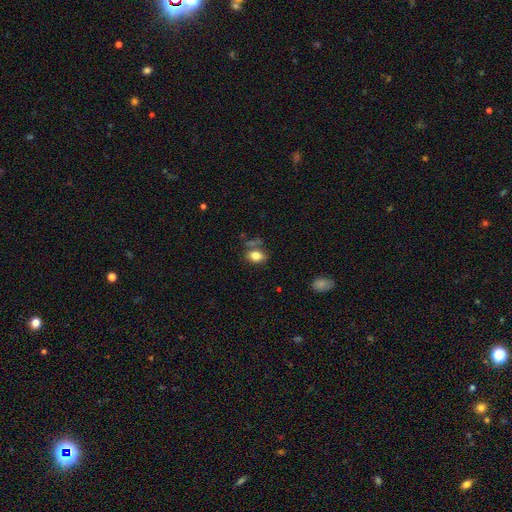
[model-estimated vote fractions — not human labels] A smooth galaxy with no disk features (81%) that is in between round and cigar-shaped (75%).

Vote fractions:
- Smooth or featured? smooth: 81% / star or artifact: 10% / featured or disk: 9%
- How rounded? in between: 75% / round: 23% / cigar-shaped: 2%
- Merging? none: 64% / minor disturbance: 19% / merger: 11% / major disturbance: 6%